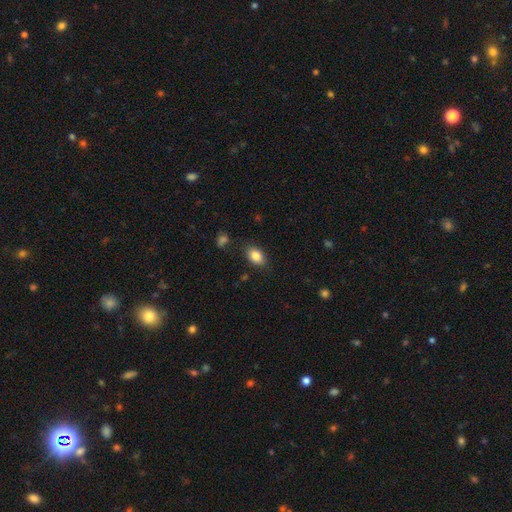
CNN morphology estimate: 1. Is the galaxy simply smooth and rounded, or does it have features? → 85% smooth, 8% star or artifact, 7% featured or disk.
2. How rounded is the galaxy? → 86% in between, 12% round, 2% cigar-shaped.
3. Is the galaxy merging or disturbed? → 83% none, 12% minor disturbance, 3% major disturbance, 2% merger.